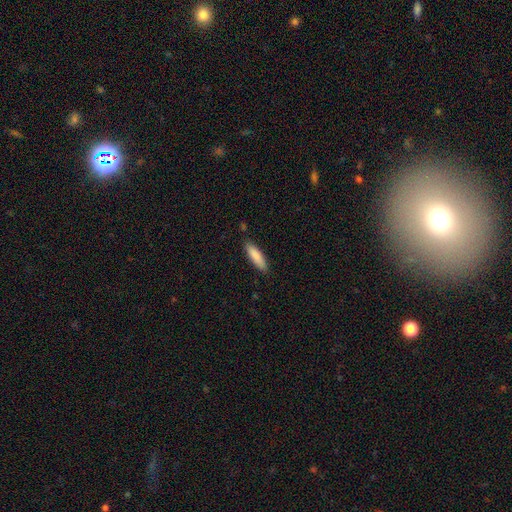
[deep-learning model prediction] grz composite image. It shows a smooth galaxy with no disk features (86%) that is cigar-shaped (64%). Merging: none (85%).